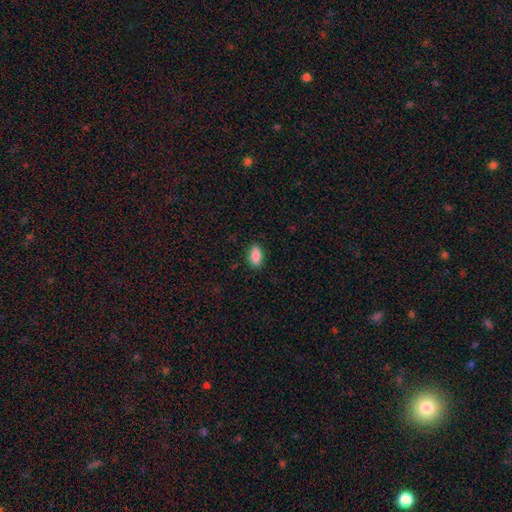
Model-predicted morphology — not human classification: This is clearly a smooth galaxy (87%). How rounded: clearly in between (91%). Merging: clearly none (87%).